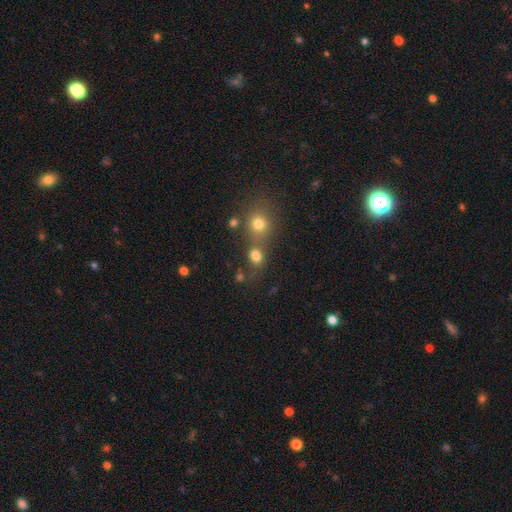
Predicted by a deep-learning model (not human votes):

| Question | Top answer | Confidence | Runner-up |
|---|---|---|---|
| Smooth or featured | smooth | 76% | star or artifact (16%) |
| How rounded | round | 73% | in between (25%) |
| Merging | none | 52% | merger (34%) |